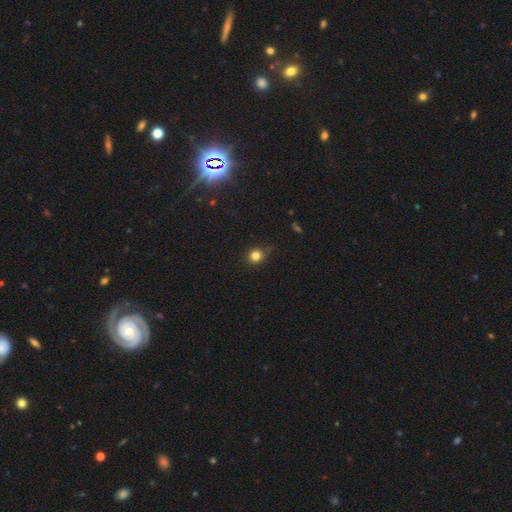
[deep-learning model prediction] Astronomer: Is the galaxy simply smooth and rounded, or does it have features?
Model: smooth — 81%.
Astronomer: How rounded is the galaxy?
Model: round — 84%.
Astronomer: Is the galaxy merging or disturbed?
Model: none — 73%.